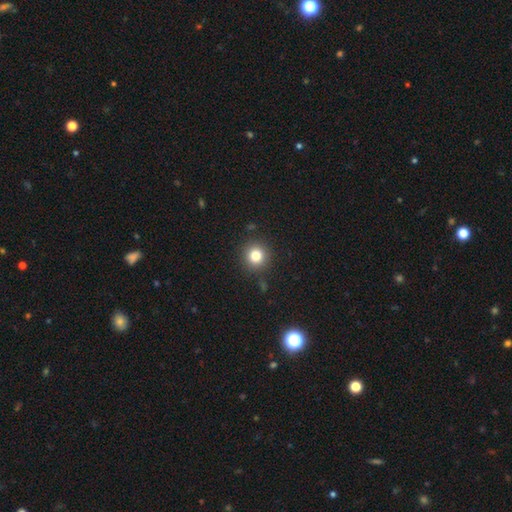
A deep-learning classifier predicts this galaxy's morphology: smooth_or_featured: smooth (p=0.81) [alt: star or artifact p=0.12]
how_rounded: round (p=0.93) [alt: in between p=0.07]
merging: none (p=0.88) [alt: minor disturbance p=0.07]